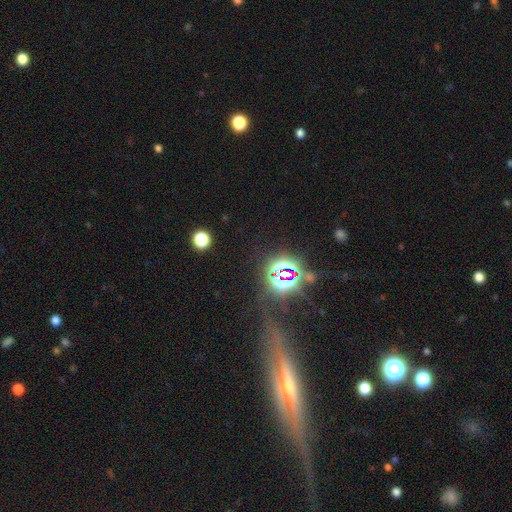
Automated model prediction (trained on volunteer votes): A star or artifact, not a galaxy (44%).